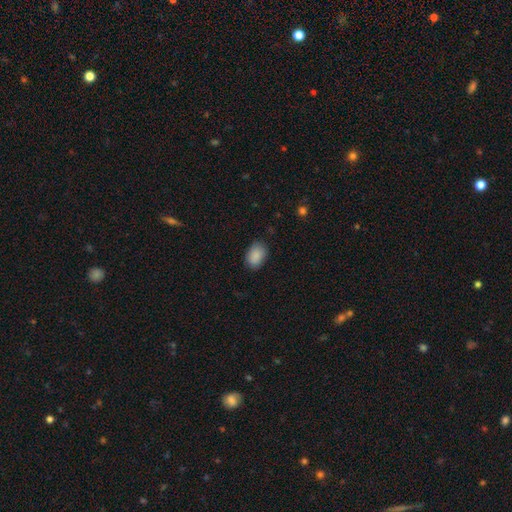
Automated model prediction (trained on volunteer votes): This appears to be a smooth galaxy with no disk features (89%) that is in between round and cigar-shaped (84%). Merging: none (81%).